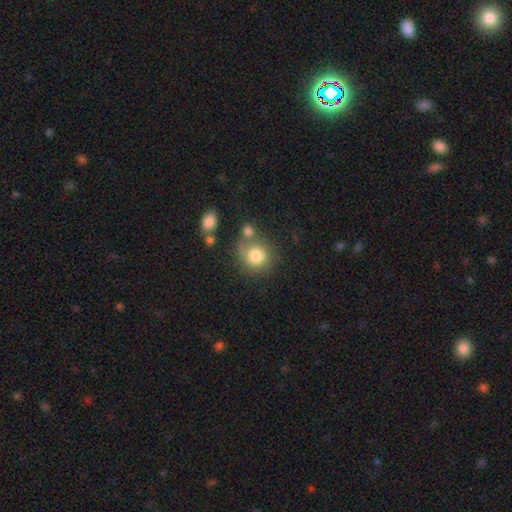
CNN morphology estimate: Smooth or featured? Predicted: smooth (p=0.79). How rounded? Predicted: round (p=0.87). Merging? Predicted: none (p=0.56).